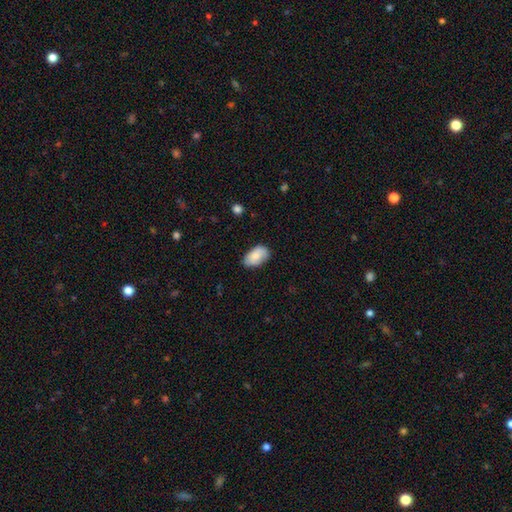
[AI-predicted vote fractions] Overall: smooth (81%). How rounded: in between (93%). Merging: none (71%).